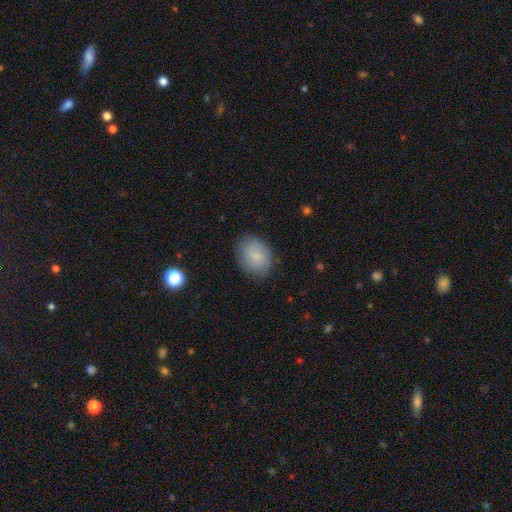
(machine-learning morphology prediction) This appears to be a smooth galaxy with no disk features (80%) that is in between round and cigar-shaped (56%). Merging: none (80%).